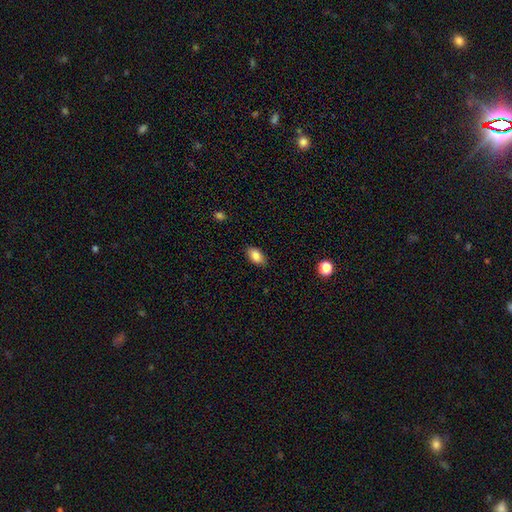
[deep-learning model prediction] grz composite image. It shows a smooth galaxy with no disk features (85%) that is in between round and cigar-shaped (91%). Merging: none (87%).